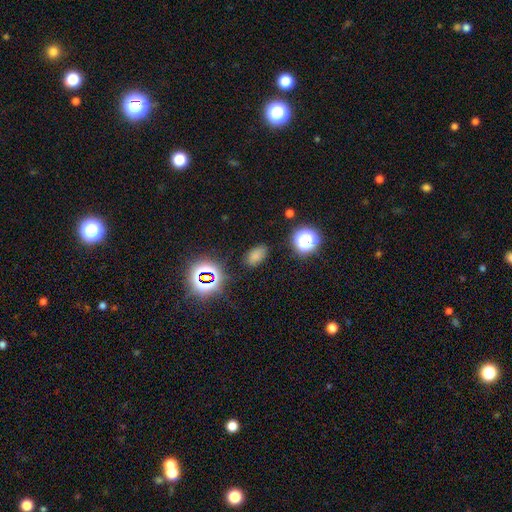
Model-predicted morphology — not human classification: smooth 69%, star or artifact 24%, featured or disk 7%. Down the decision tree: how rounded — in between (87%); merging — none (80%).